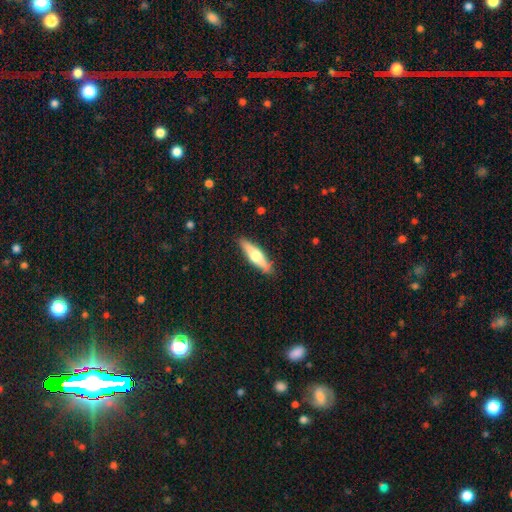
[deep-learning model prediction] Smooth or featured? featured or disk (48%)
Merging? none (87%)